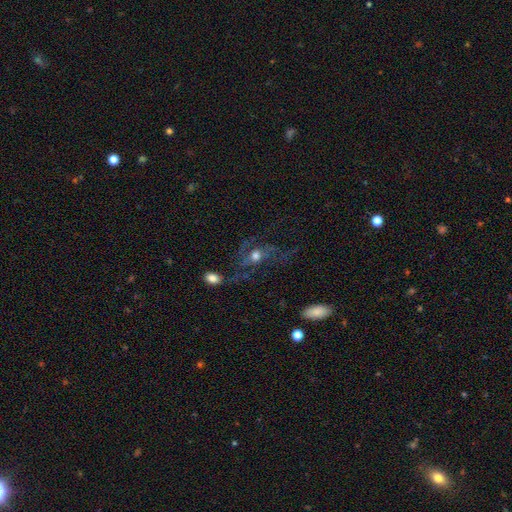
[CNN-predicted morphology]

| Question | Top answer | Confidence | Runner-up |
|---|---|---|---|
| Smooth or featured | featured or disk | 55% | smooth (31%) |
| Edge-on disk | no | 90% | yes (10%) |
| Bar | no | 77% | weak (18%) |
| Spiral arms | yes | 68% | no (32%) |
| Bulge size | moderate | 58% | large (20%) |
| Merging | none | 42% | major disturbance (34%) |